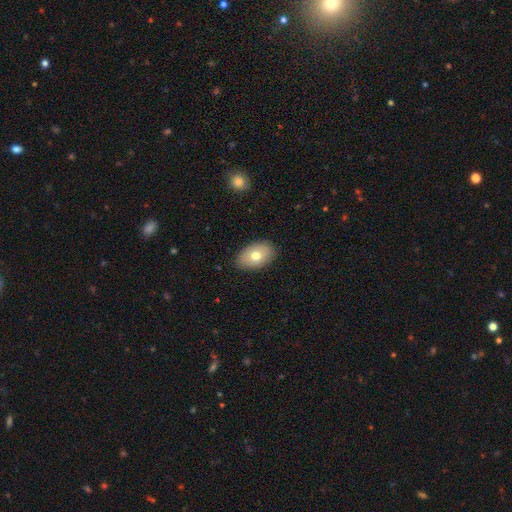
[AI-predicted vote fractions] Smooth or featured? smooth (72%)
How rounded? in between (88%)
Merging? none (86%)